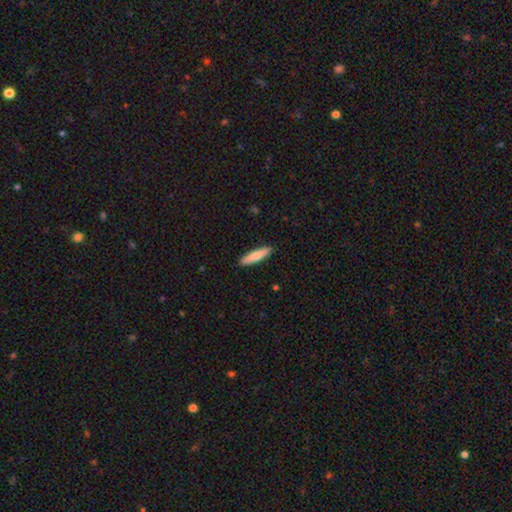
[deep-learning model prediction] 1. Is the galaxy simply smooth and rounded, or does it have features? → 75% smooth, 20% featured or disk, 5% star or artifact.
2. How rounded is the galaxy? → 77% cigar-shaped, 21% in between, 2% round.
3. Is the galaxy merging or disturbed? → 90% none, 8% minor disturbance, 1% major disturbance, 1% merger.